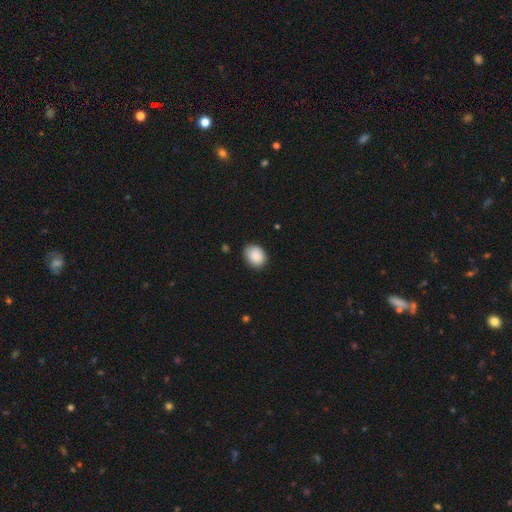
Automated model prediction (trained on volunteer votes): This appears to be a smooth galaxy with no disk features (88%) that is in between round and cigar-shaped (55%). Merging: none (80%).